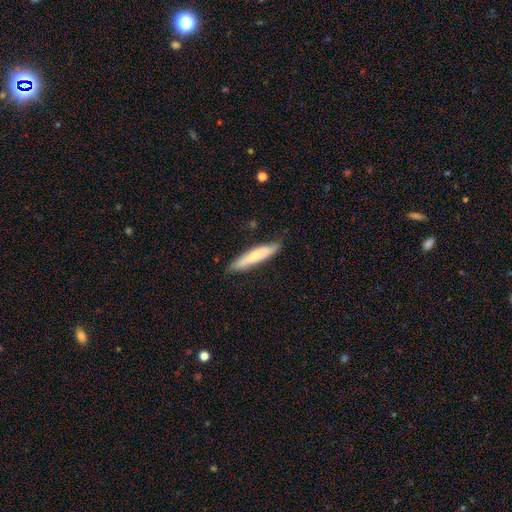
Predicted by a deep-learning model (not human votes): This appears to be a smooth galaxy with no disk features (69%) that is cigar-shaped (88%). Merging: none (81%).